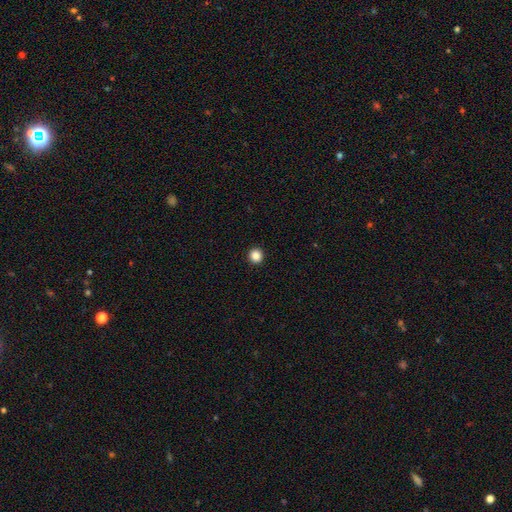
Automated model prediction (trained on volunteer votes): Smooth or featured? Predicted: smooth (p=0.86). How rounded? Predicted: round (p=0.94). Merging? Predicted: none (p=0.94).